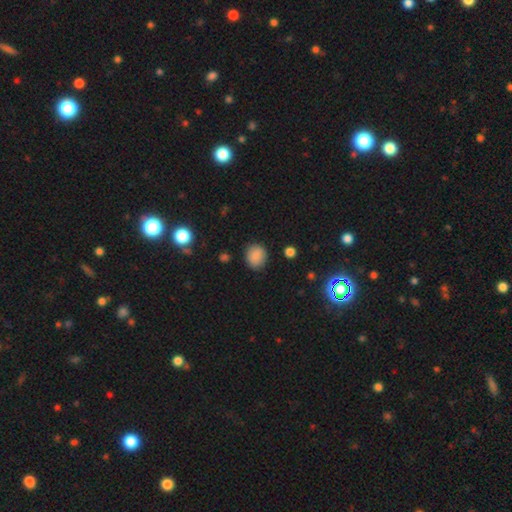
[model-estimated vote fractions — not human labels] Smooth or featured: smooth — 85% (star or artifact — 10%)
How rounded: round — 75% (in between — 24%)
Merging: none — 86% (minor disturbance — 10%)